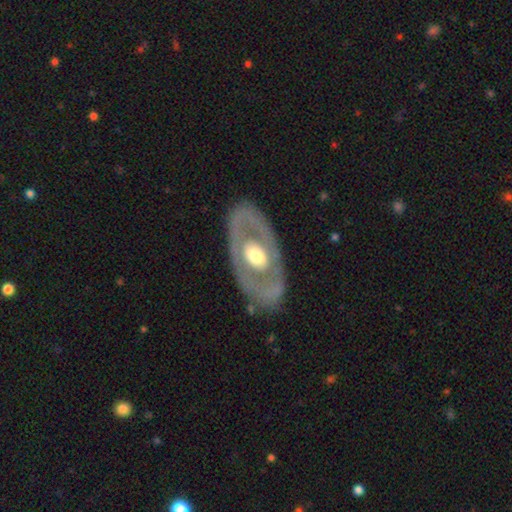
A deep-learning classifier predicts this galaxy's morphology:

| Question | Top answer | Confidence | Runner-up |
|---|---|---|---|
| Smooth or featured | featured or disk | 65% | smooth (30%) |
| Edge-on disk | no | 89% | yes (11%) |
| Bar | no | 82% | weak (12%) |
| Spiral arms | no | 84% | yes (16%) |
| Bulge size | moderate | 64% | large (25%) |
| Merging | none | 81% | minor disturbance (11%) |